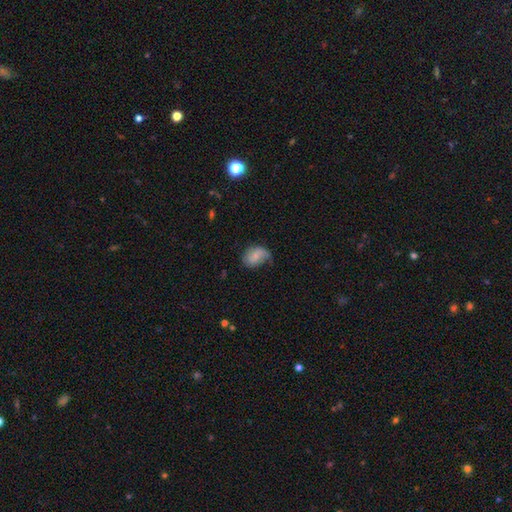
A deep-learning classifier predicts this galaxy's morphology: A smooth galaxy with no disk features (56%) that is in between round and cigar-shaped (72%).

Vote fractions:
- Smooth or featured? smooth: 56% / featured or disk: 36% / star or artifact: 8%
- How rounded? in between: 72% / round: 26% / cigar-shaped: 1%
- Merging? none: 44% / minor disturbance: 36% / major disturbance: 18% / merger: 2%